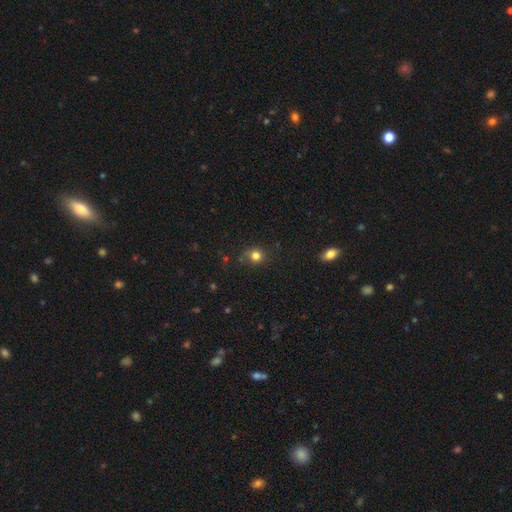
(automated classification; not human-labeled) A smooth galaxy with no disk features (80%) that is round (86%). Merging: none (79%).